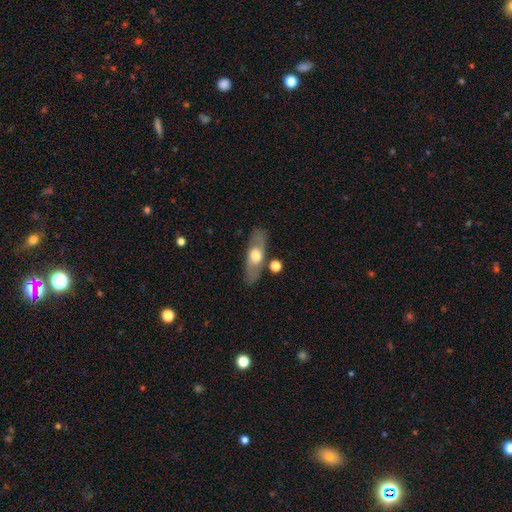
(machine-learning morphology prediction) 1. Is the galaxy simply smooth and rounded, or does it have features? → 47% featured or disk (tied), 47% smooth (tied), 6% star or artifact.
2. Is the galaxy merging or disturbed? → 78% none, 13% minor disturbance, 5% merger, 4% major disturbance.